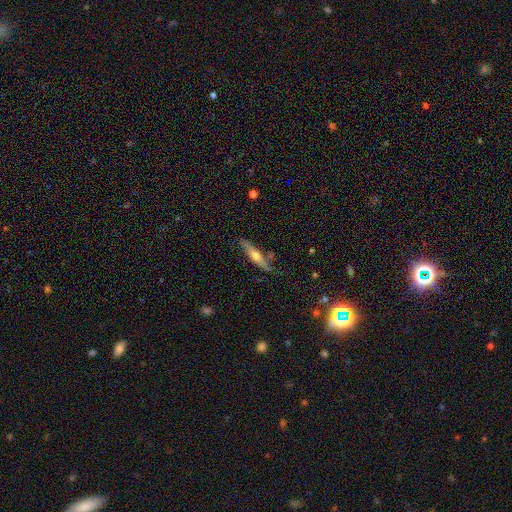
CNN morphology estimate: Overall: featured or disk (51%; smooth 43%). Edge-on disk: yes (87%). Merging: none (78%).